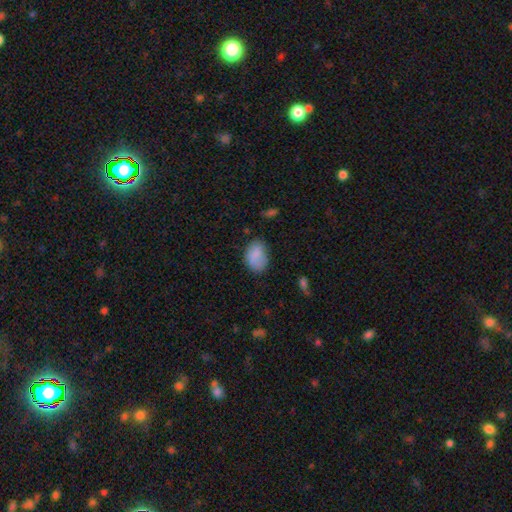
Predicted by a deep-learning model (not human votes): This appears to be a smooth galaxy with no disk features (83%) that is in between round and cigar-shaped (84%). Merging: none (66%).